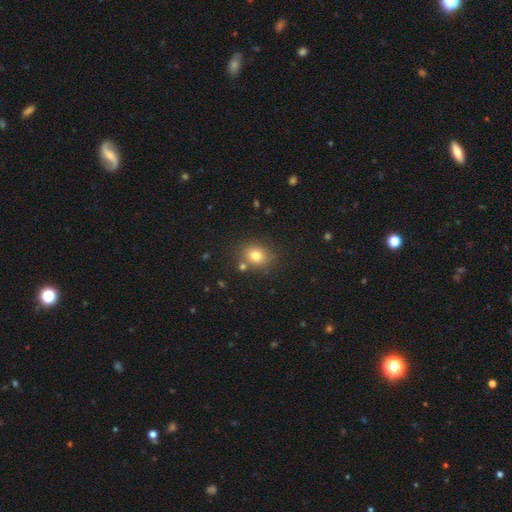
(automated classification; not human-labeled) smooth 78%, star or artifact 12%, featured or disk 9%. Down the decision tree: how rounded — round (62%); merging — none (76%).